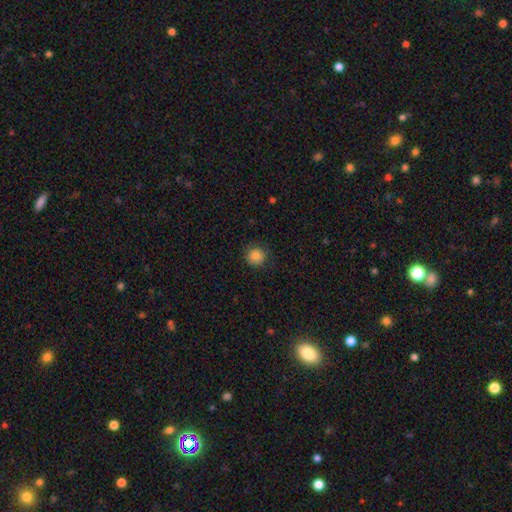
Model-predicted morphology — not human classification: Smooth or featured: smooth — 84% (star or artifact — 10%)
How rounded: round — 92% (in between — 7%)
Merging: none — 87% (minor disturbance — 9%)